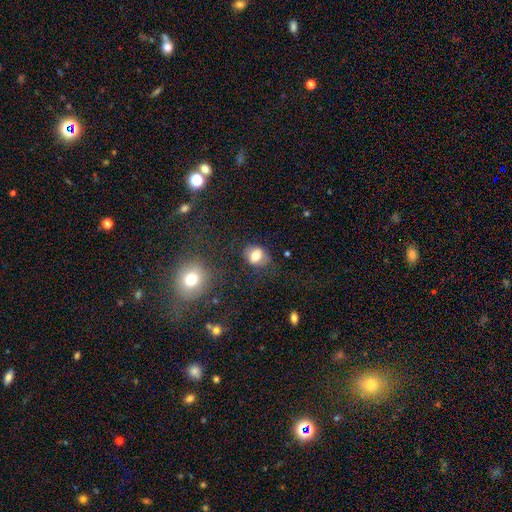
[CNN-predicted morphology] Smooth or featured? Predicted: smooth (p=0.74). How rounded? Predicted: in between (p=0.50). Merging? Predicted: none (p=0.73).